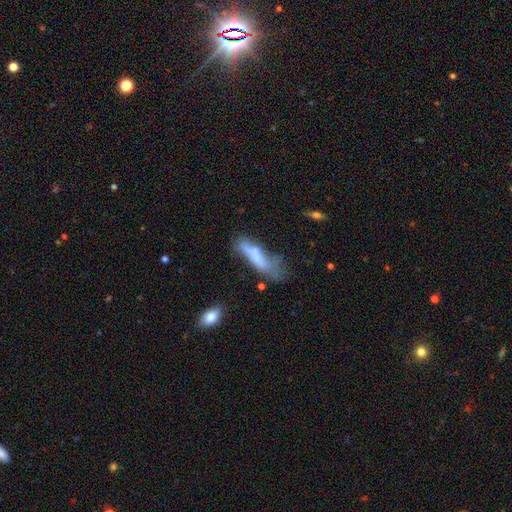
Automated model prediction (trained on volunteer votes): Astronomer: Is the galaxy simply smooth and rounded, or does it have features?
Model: smooth — 59%.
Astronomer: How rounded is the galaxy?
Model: cigar-shaped — 65%.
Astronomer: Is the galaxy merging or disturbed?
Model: none — 31% (runner-up: minor disturbance, 26%).